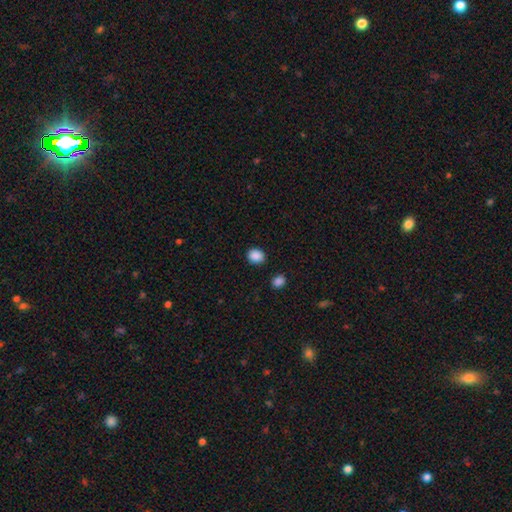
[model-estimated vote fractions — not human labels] The model was most divided on "how rounded": round: 58%, in between: 41%, cigar-shaped: 1%. More confident: smooth or featured — smooth (89%); merging — none (87%).